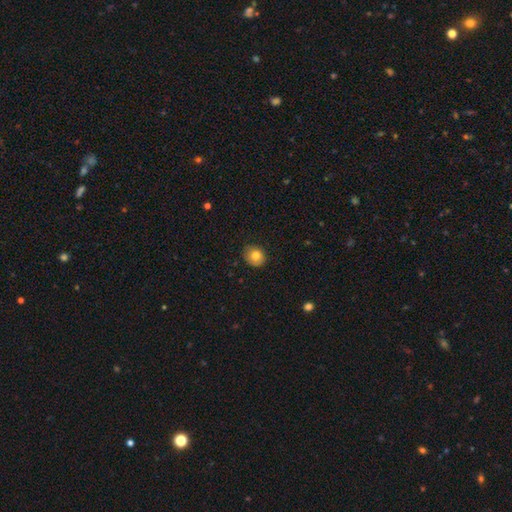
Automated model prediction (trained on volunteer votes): Morphology: type=smooth (78%); roundness=round (74%); merging=none (77%).